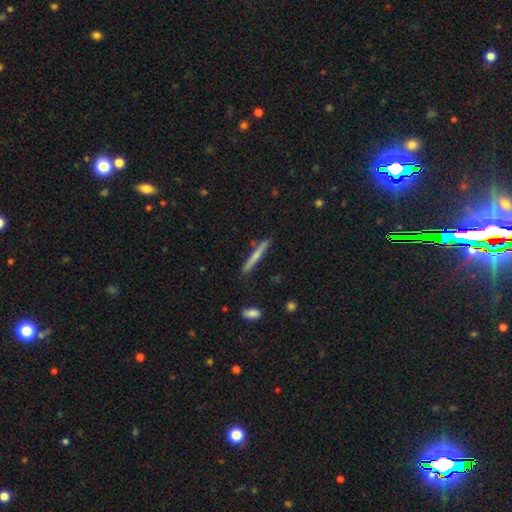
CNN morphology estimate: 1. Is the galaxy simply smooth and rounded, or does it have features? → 52% smooth, 42% featured or disk, 6% star or artifact.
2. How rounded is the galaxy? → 95% cigar-shaped, 3% in between, 2% round.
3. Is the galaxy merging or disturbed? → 86% none, 10% minor disturbance, 3% merger, 2% major disturbance.